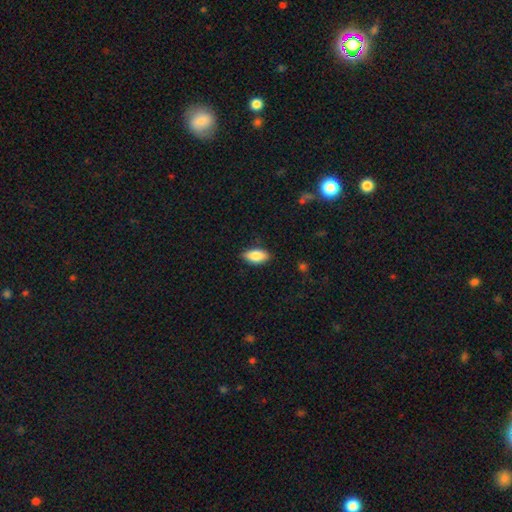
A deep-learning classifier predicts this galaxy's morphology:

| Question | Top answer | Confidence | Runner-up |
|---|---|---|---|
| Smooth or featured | smooth | 85% | featured or disk (9%) |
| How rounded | in between | 91% | cigar-shaped (5%) |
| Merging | none | 85% | minor disturbance (12%) |